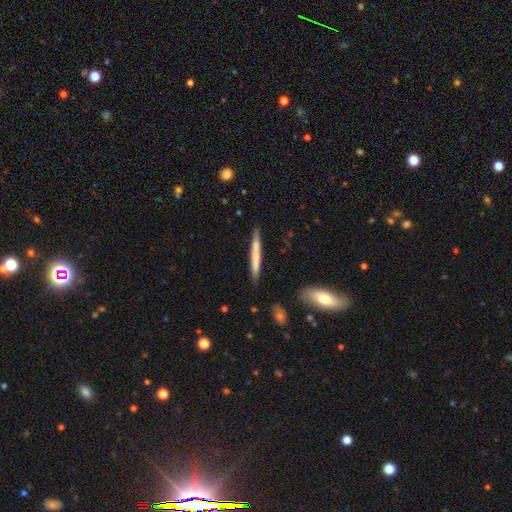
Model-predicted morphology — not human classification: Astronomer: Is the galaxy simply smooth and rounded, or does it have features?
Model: smooth — 64%.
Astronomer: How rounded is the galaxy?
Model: cigar-shaped — 96%.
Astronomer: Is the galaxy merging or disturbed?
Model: none — 88%.